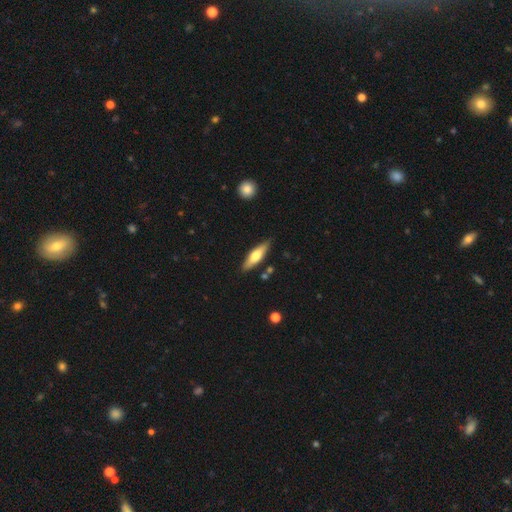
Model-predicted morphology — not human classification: Smooth or featured? smooth (58%)
How rounded? cigar-shaped (61%)
Merging? none (83%)